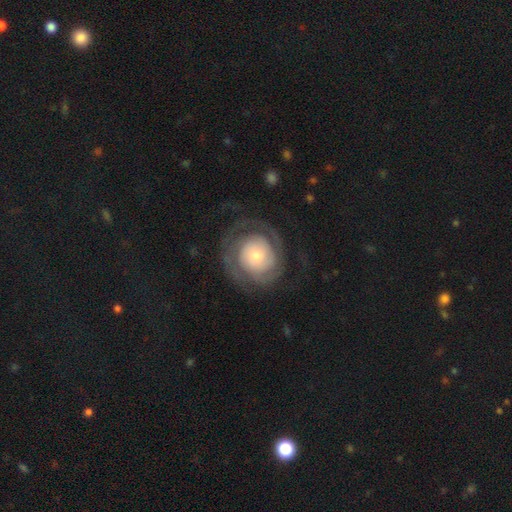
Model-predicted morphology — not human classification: This appears to be a featured or disk galaxy (78%) with no bar (80%), 2 (54%) tight (67%) spiral arms (90%) and a small central bulge (44%). Merging: none (70%).